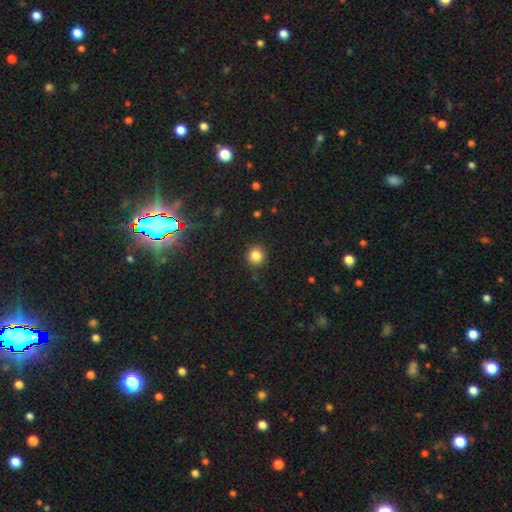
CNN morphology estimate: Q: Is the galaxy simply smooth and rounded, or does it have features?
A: smooth — 83%.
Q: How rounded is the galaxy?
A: round — 93%.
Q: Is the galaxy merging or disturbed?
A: none — 91%.